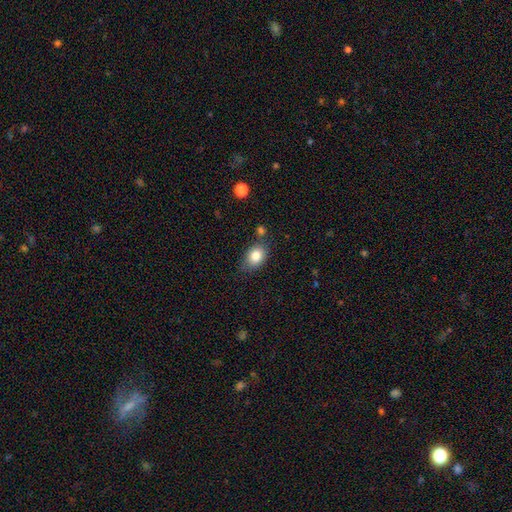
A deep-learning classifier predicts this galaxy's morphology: This is clearly a smooth galaxy (83%). How rounded: likely in between (70%). Merging: likely none (69%).